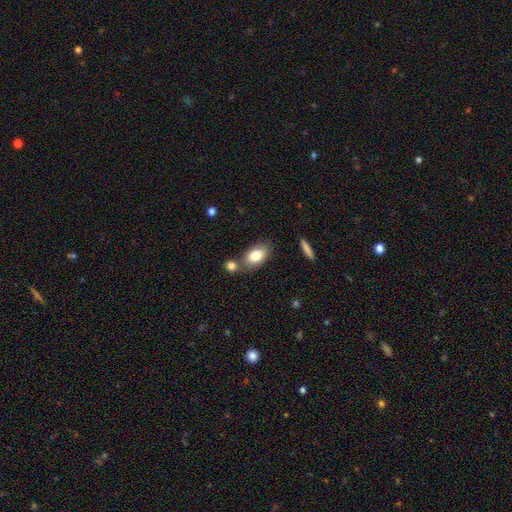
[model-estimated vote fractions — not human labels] A smooth galaxy with no disk features (81%) that is in between round and cigar-shaped (87%).

Vote fractions:
- Smooth or featured? smooth: 81% / featured or disk: 12% / star or artifact: 7%
- How rounded? in between: 87% / round: 10% / cigar-shaped: 3%
- Merging? none: 57% / merger: 26% / minor disturbance: 13% / major disturbance: 4%